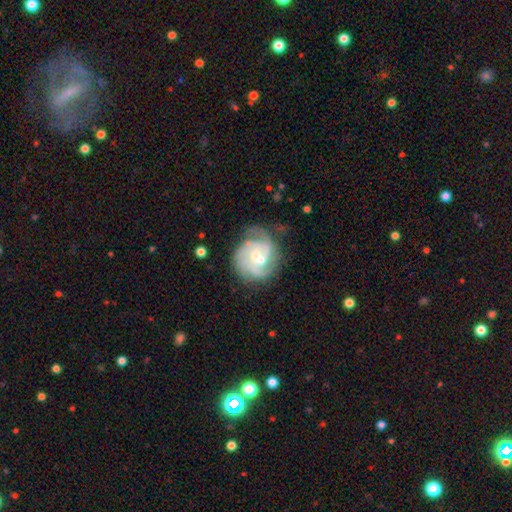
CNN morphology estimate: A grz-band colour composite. It shows a featured or disk galaxy (80%) with no bar (49%), 2 (31%) tight (55%) spiral arms (91%) and a moderate central bulge (47%). Merging: none (60%).